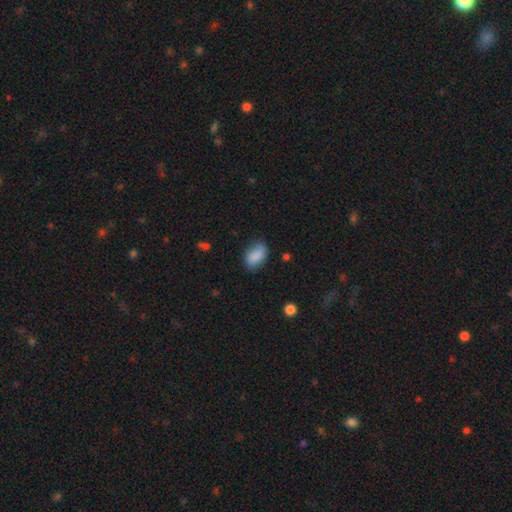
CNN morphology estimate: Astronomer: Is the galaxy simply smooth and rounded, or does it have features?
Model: smooth — 85%.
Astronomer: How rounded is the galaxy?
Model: in between — 89%.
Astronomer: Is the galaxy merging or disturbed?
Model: none — 71%.